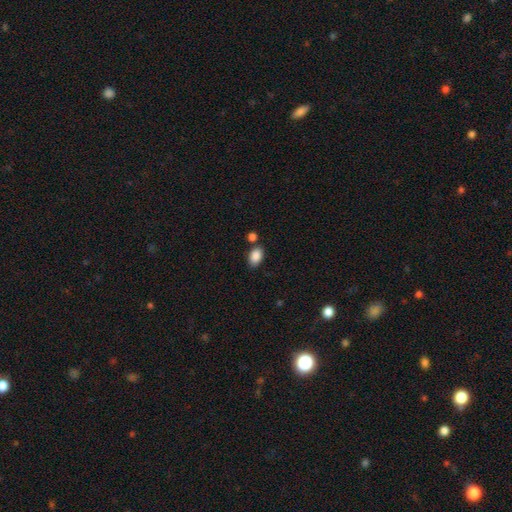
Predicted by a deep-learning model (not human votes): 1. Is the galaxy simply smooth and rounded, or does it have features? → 88% smooth, 8% star or artifact, 4% featured or disk.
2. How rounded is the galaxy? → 88% in between, 10% round, 1% cigar-shaped.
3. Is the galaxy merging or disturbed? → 73% none, 13% minor disturbance, 11% merger, 3% major disturbance.